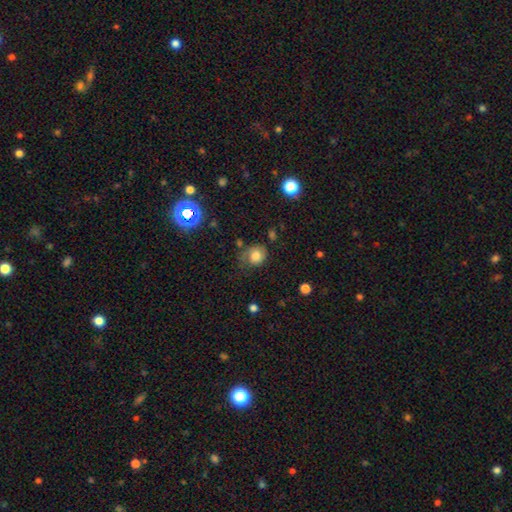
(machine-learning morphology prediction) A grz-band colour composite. It shows a smooth galaxy with no disk features (72%) that is round (67%). Merging: none (53%).